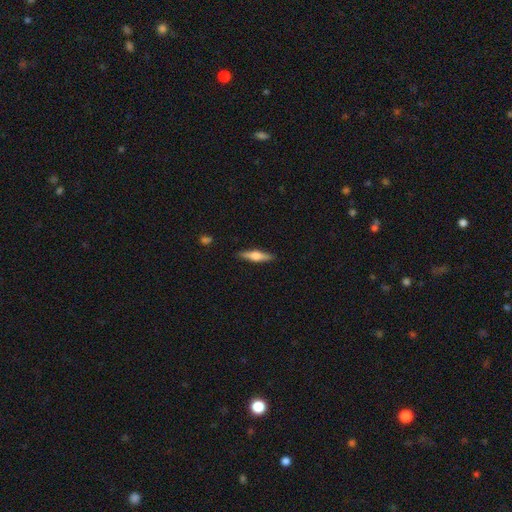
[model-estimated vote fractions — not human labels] featured or disk 51%, smooth 43%, star or artifact 6%. Down the decision tree: edge-on disk — yes (96%); merging — none (90%).